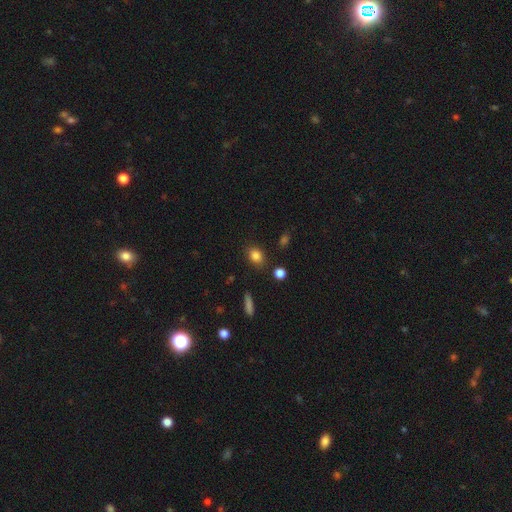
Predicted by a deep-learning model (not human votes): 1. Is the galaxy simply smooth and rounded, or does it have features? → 84% smooth, 10% star or artifact, 6% featured or disk.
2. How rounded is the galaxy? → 57% in between, 41% round, 2% cigar-shaped.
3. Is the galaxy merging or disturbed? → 83% none, 11% minor disturbance, 3% merger, 3% major disturbance.